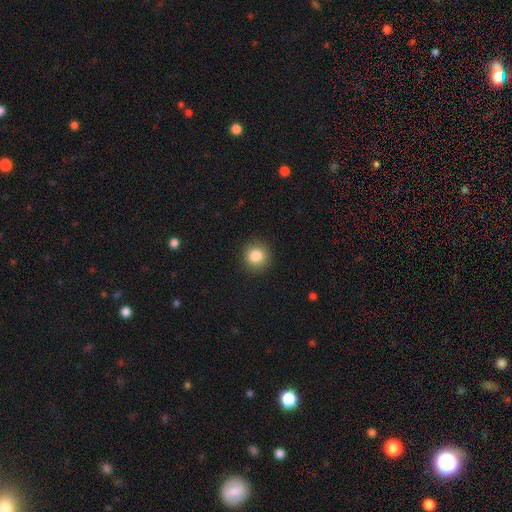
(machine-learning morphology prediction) Smooth or featured? smooth (85%)
How rounded? round (92%)
Merging? none (91%)